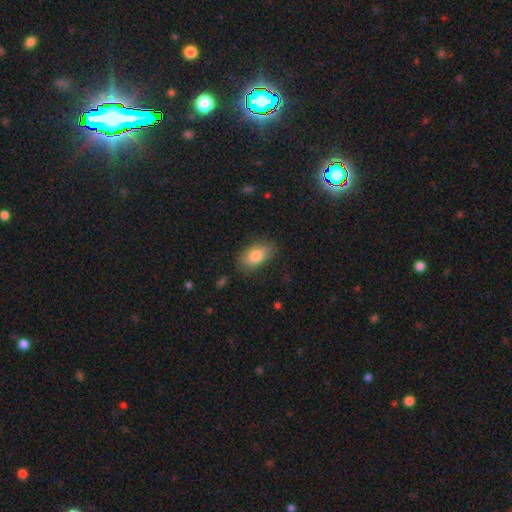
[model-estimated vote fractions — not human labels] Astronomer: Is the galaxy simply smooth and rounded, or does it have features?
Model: smooth — 81%.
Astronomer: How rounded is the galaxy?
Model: in between — 90%.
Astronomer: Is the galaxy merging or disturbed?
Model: none — 73%.